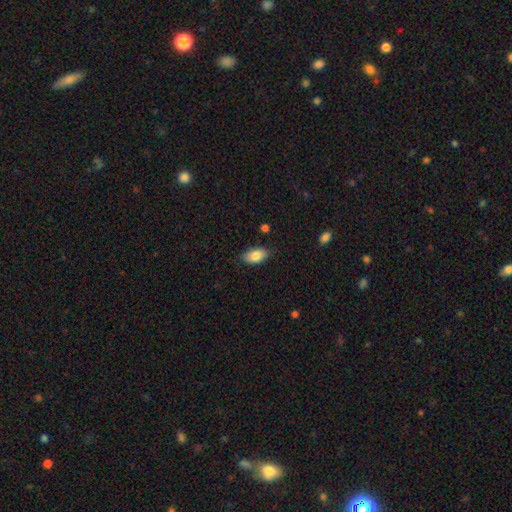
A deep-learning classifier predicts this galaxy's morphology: Smooth or featured: smooth — 83% (featured or disk — 10%)
How rounded: in between — 93% (round — 5%)
Merging: none — 82% (minor disturbance — 14%)